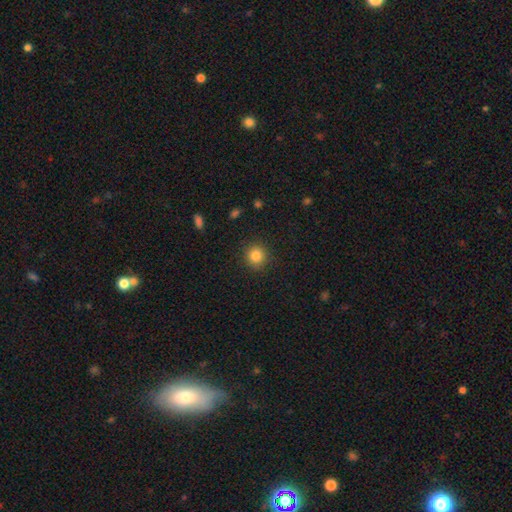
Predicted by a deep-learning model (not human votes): This appears to be a smooth galaxy with no disk features (84%) that is round (92%). Merging: none (90%).